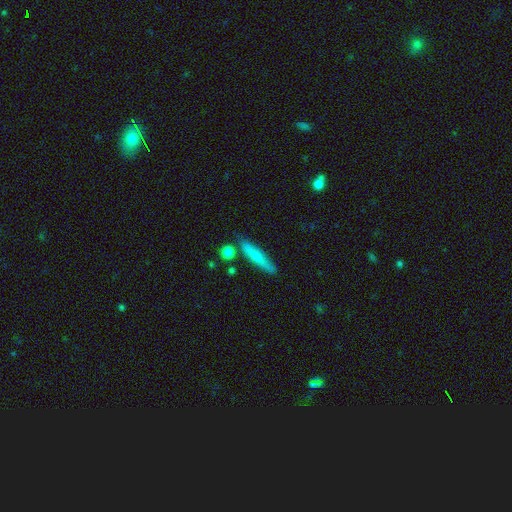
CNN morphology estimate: Overall: smooth (69%). How rounded: cigar-shaped (89%). Merging: none (78%).